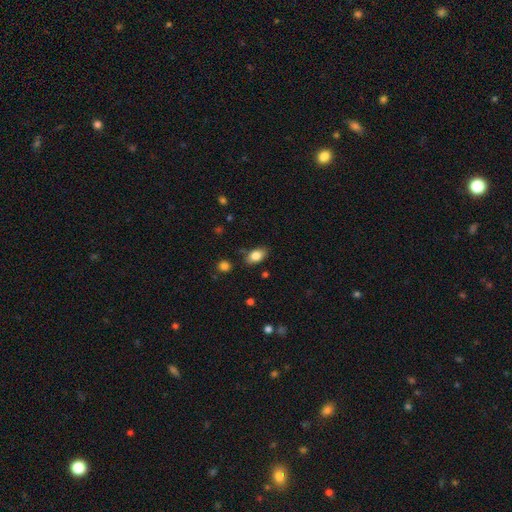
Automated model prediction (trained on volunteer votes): Overall: smooth (82%). How rounded: in between (88%). Merging: none (80%).